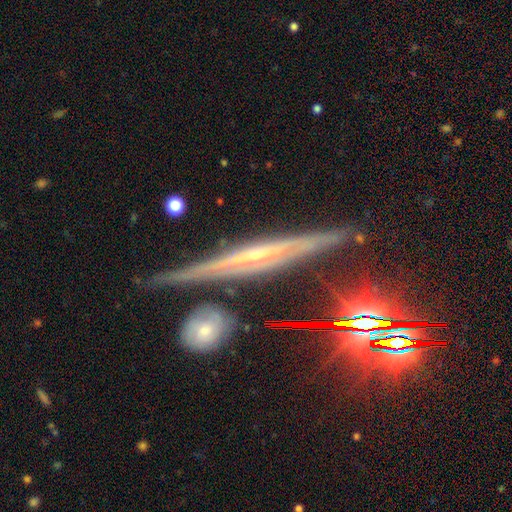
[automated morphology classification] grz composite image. It shows a featured or disk galaxy (77%) viewed edge-on (94%) with no central bulge (45%). Merging: none (78%).